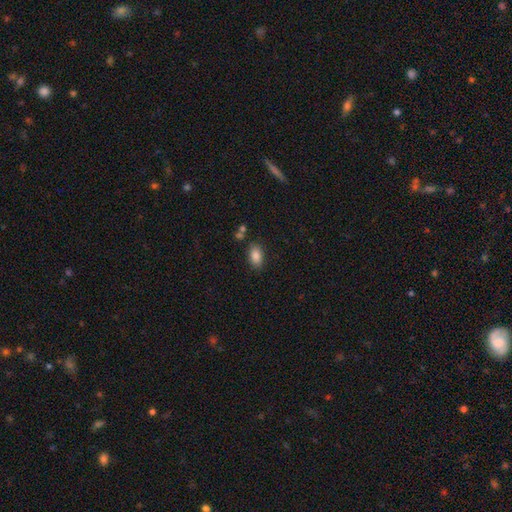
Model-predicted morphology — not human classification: Q: Smooth or featured?
A: smooth (87%); runner-up: star or artifact (8%)
Q: How rounded?
A: in between (91%); runner-up: round (7%)
Q: Merging?
A: none (80%); runner-up: minor disturbance (12%)